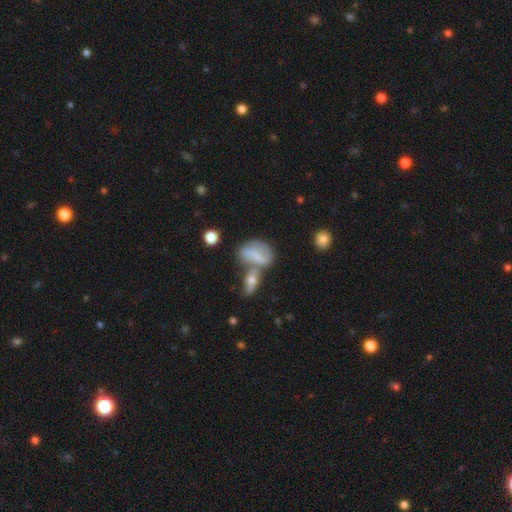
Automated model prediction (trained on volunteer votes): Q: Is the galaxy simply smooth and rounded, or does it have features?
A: smooth — 46%.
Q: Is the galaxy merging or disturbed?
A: merger — 39%.